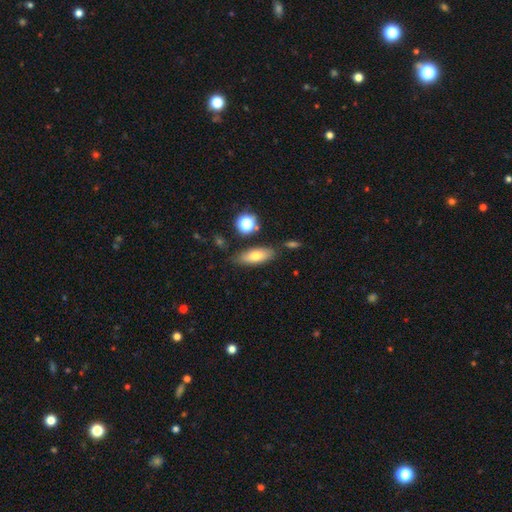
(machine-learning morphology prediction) The model was most divided on "how rounded": in between: 71%, cigar-shaped: 24%, round: 4%. More confident: merging — none (77%); smooth or featured — smooth (71%).